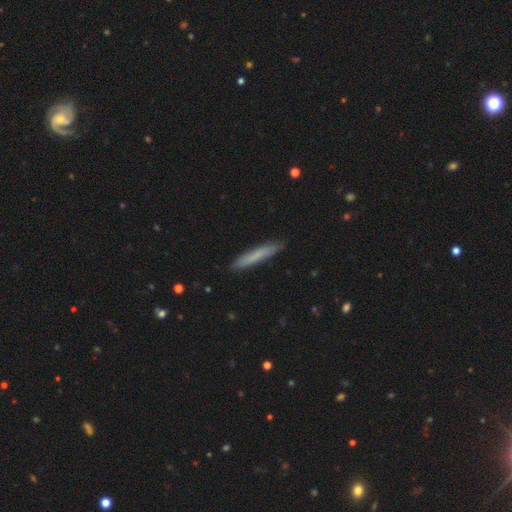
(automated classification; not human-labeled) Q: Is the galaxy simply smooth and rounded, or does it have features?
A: smooth — 73%.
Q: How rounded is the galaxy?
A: cigar-shaped — 94%.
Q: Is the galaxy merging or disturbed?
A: none — 88%.